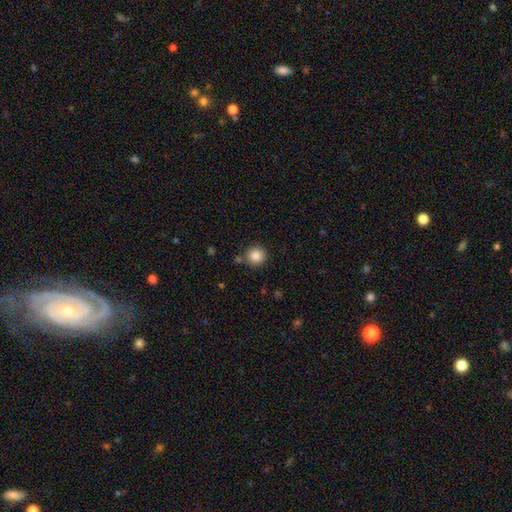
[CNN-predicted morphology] type=smooth (86%); roundness=round (94%); merging=none (84%).